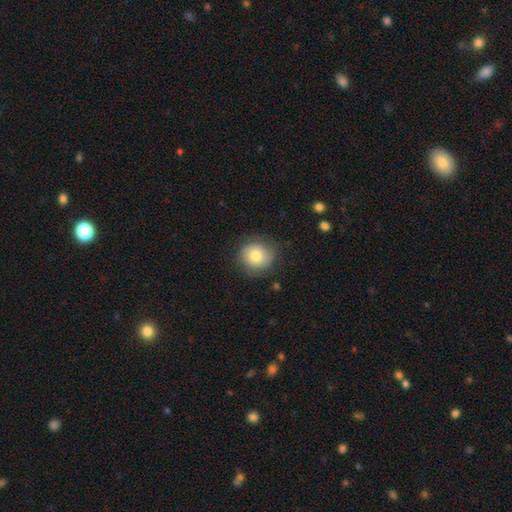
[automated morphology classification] Q: Smooth or featured?
A: smooth (74%); runner-up: featured or disk (17%)
Q: How rounded?
A: round (89%); runner-up: in between (10%)
Q: Merging?
A: none (78%); runner-up: minor disturbance (16%)